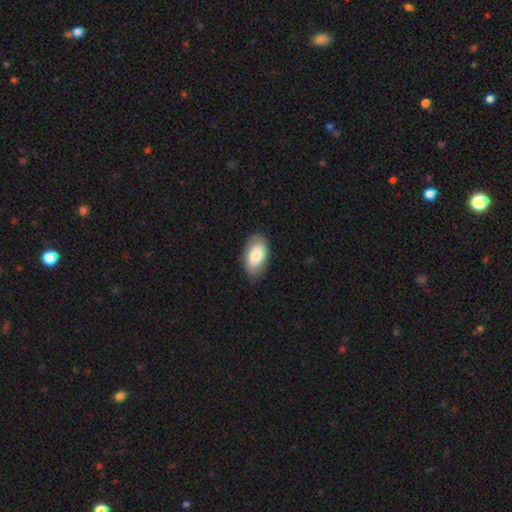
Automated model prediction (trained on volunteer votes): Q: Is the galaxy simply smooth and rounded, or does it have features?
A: smooth — 78%.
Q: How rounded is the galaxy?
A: in between — 94%.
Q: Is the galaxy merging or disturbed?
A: none — 80%.